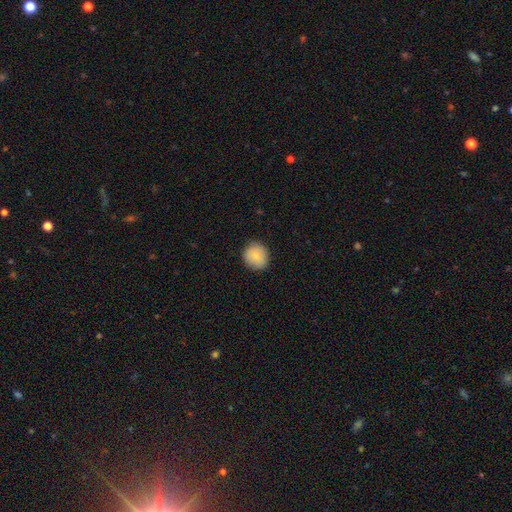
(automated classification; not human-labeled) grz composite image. It shows a smooth galaxy with no disk features (85%) that is round (87%). Merging: none (87%).